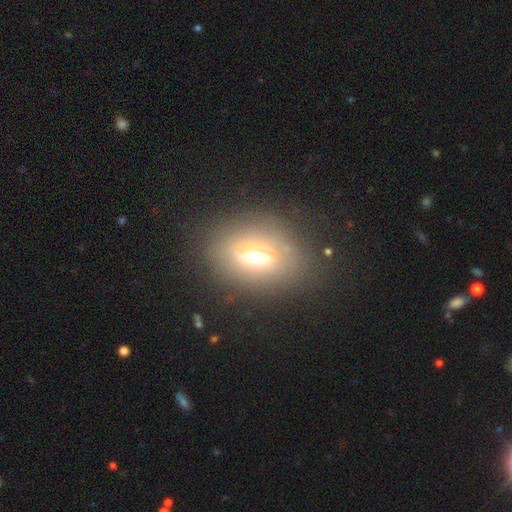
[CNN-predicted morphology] type=smooth (52%); roundness=in between (68%); merging=none (75%).